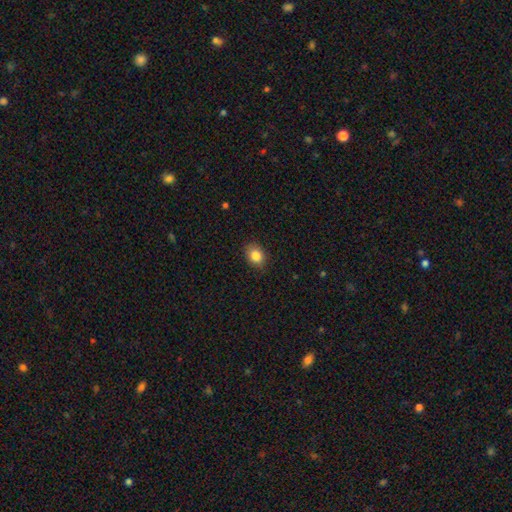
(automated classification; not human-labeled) Smooth or featured? Predicted: smooth (p=0.85). How rounded? Predicted: in between (p=0.60). Merging? Predicted: none (p=0.86).